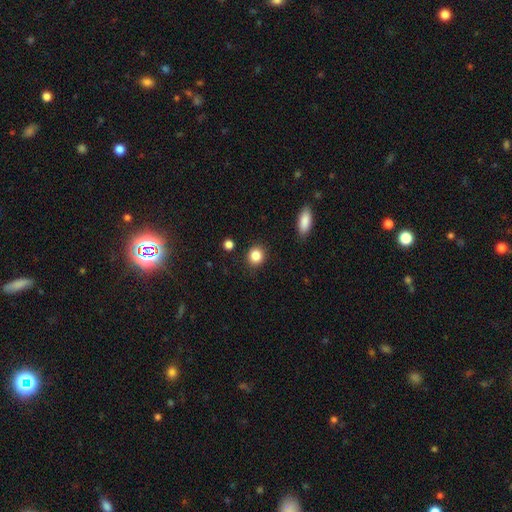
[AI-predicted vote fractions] The model was most divided on "how rounded": round: 80%, in between: 19%, cigar-shaped: 1%. More confident: merging — none (88%); smooth or featured — smooth (85%).